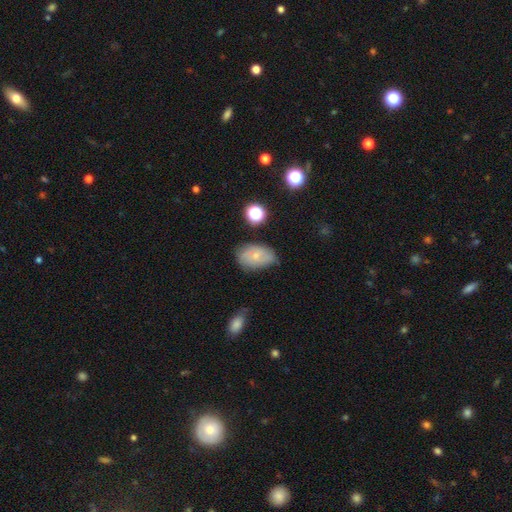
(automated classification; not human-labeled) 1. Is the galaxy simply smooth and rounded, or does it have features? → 59% smooth, 31% featured or disk, 10% star or artifact.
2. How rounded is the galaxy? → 87% in between, 12% round, 1% cigar-shaped.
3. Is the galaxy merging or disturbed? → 61% none, 30% minor disturbance, 7% major disturbance, 3% merger.